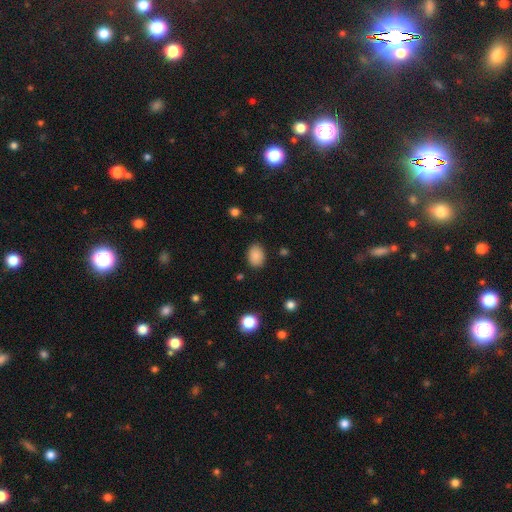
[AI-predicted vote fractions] A smooth galaxy with no disk features (87%) that is in between round and cigar-shaped (75%). Merging: none (84%).